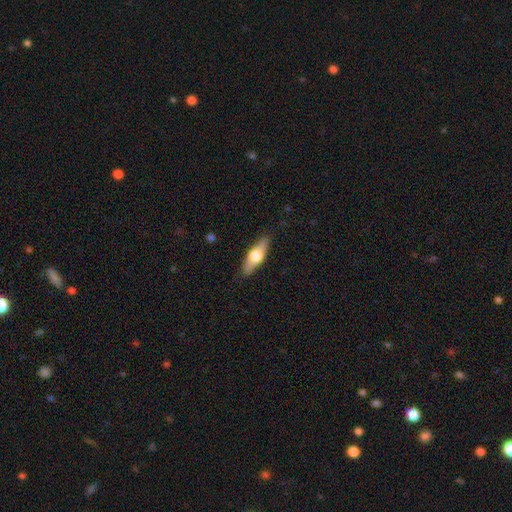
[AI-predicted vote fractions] Smooth or featured? Predicted: smooth (p=0.53). How rounded? Predicted: in between (p=0.56). Merging? Predicted: none (p=0.87).